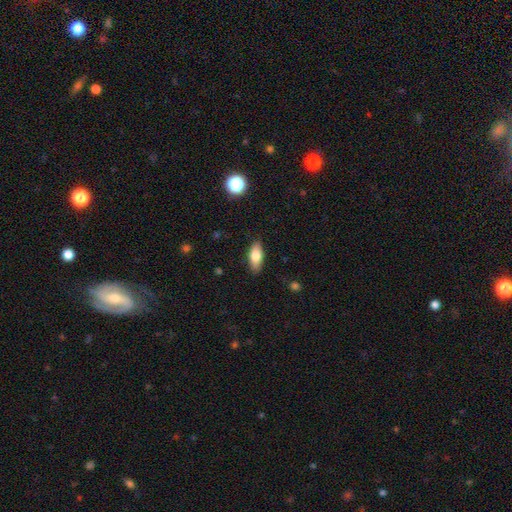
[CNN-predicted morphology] smooth_or_featured: smooth (p=0.76) [alt: featured or disk p=0.17]
how_rounded: in between (p=0.81) [alt: cigar-shaped p=0.16]
merging: none (p=0.86) [alt: minor disturbance p=0.11]